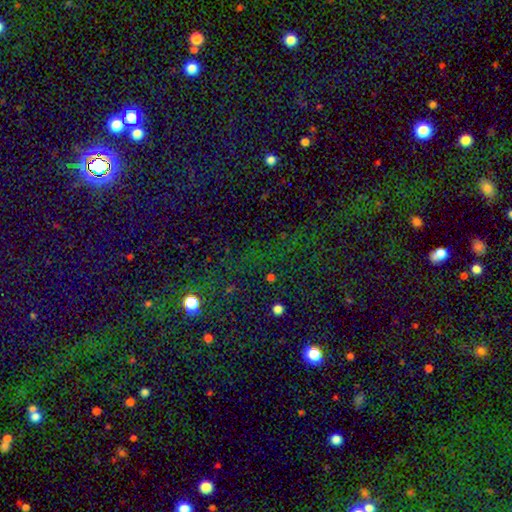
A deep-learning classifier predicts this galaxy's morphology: Smooth or featured? Predicted: star or artifact (p=0.70).